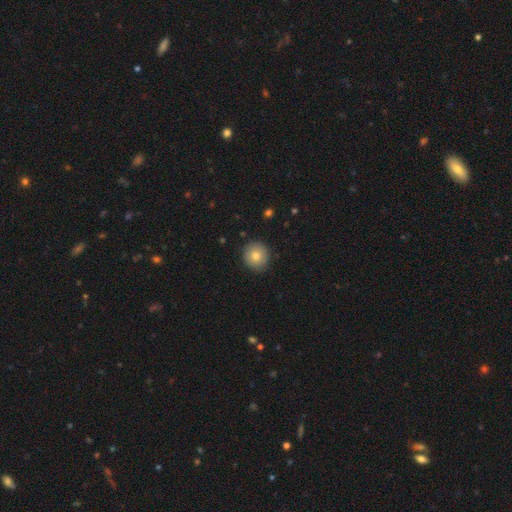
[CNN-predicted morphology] Q: Smooth or featured?
A: smooth (80%); runner-up: featured or disk (10%)
Q: How rounded?
A: round (92%); runner-up: in between (7%)
Q: Merging?
A: none (89%); runner-up: minor disturbance (8%)